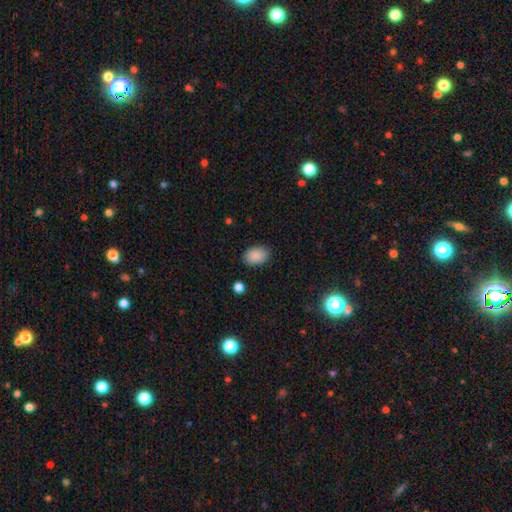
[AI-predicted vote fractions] smooth_or_featured: smooth (p=0.89) [alt: star or artifact p=0.08]
how_rounded: in between (p=0.81) [alt: round p=0.18]
merging: none (p=0.85) [alt: minor disturbance p=0.11]